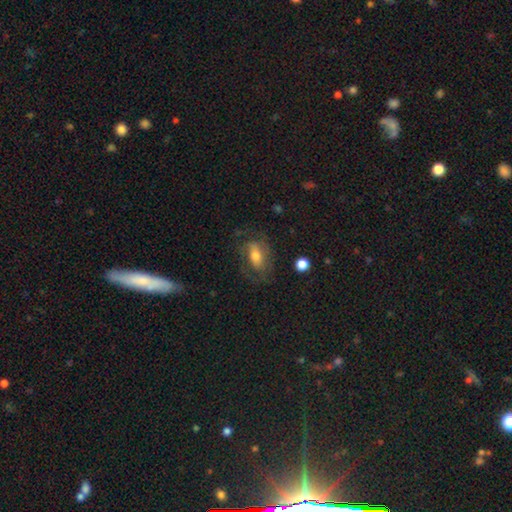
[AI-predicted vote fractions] A smooth galaxy with no disk features (50%).

Vote fractions:
- Smooth or featured? smooth: 50% / featured or disk: 41% / star or artifact: 9%
- Merging? none: 58% / minor disturbance: 20% / major disturbance: 20% / merger: 2%